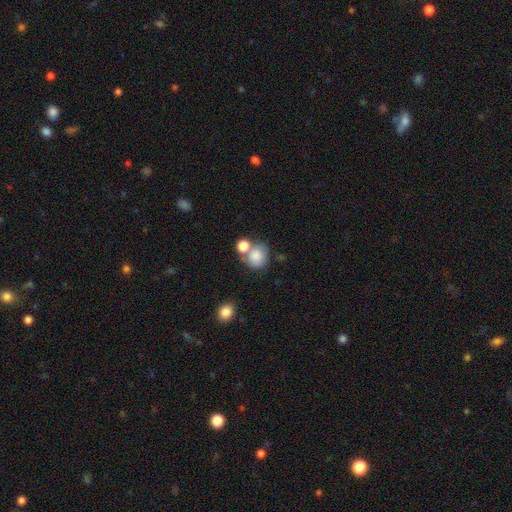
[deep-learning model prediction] smooth-or-featured: smooth: 81% | featured or disk: 10% | star or artifact: 9%
  how-rounded: round: 74% | in between: 25% | cigar-shaped: 1%
  merging: none: 43% | merger: 37% | minor disturbance: 13% | major disturbance: 7%